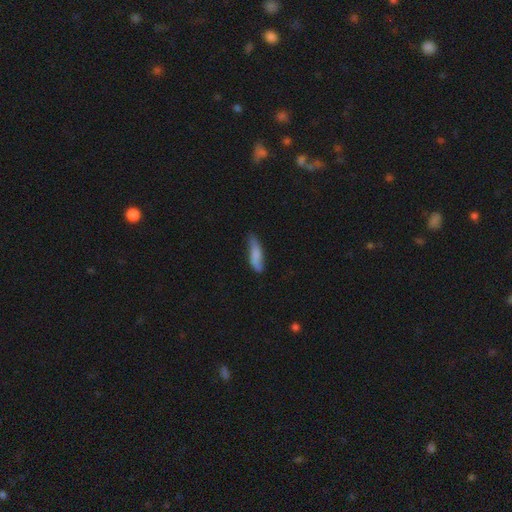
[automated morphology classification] This is likely a smooth galaxy (71%). How rounded: likely cigar-shaped (61%). Merging: possibly none (58%).